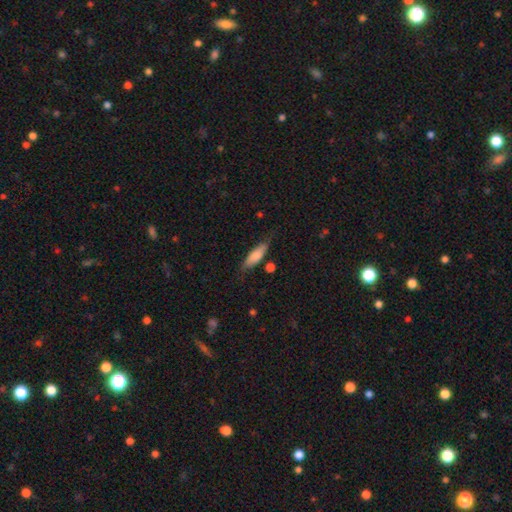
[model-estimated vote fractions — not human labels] Smooth or featured? smooth (77%)
How rounded? cigar-shaped (53%)
Merging? none (72%)